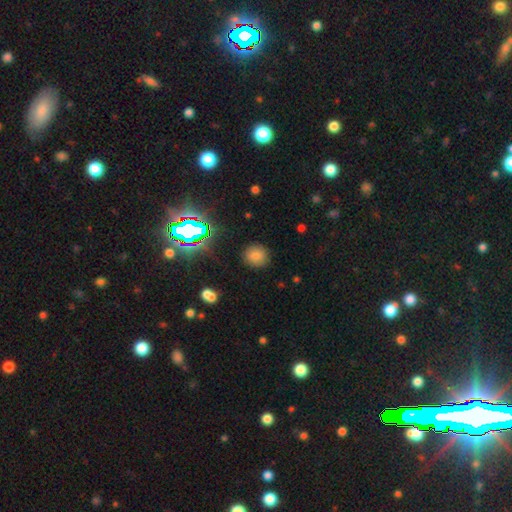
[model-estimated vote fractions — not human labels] Smooth or featured?
  - smooth: 75% *
  - star or artifact: 18%
  - featured or disk: 7%
How rounded?
  - round: 85% *
  - in between: 14%
  - cigar-shaped: 1%
Merging?
  - none: 88% *
  - minor disturbance: 8%
  - major disturbance: 3%
  - merger: 2%